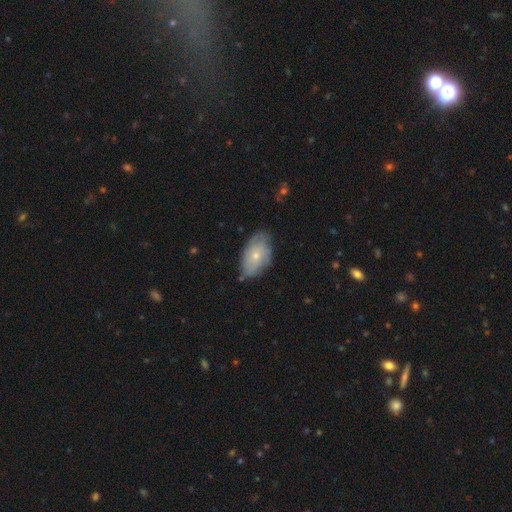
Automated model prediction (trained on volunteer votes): Smooth or featured? smooth (56%)
How rounded? in between (91%)
Merging? none (69%)